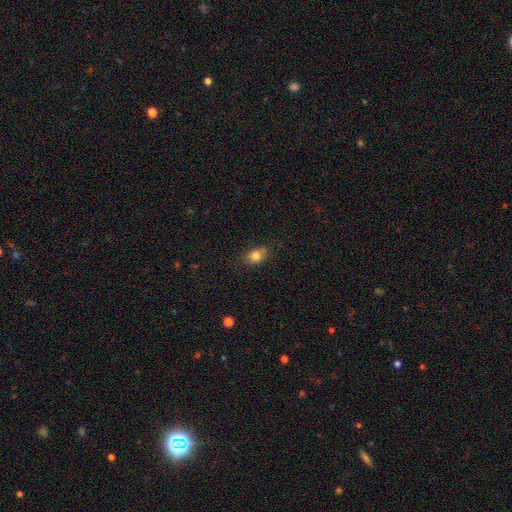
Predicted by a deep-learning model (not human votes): Morphology: type=smooth (82%); roundness=in between (65%); merging=none (73%).